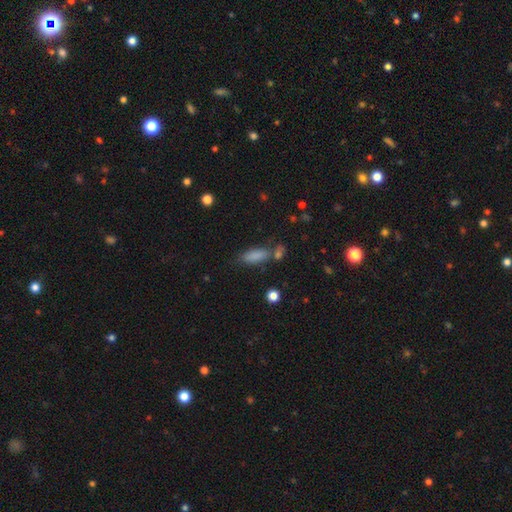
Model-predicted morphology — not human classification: Smooth or featured? Predicted: smooth (p=0.83). How rounded? Predicted: in between (p=0.70). Merging? Predicted: none (p=0.62).